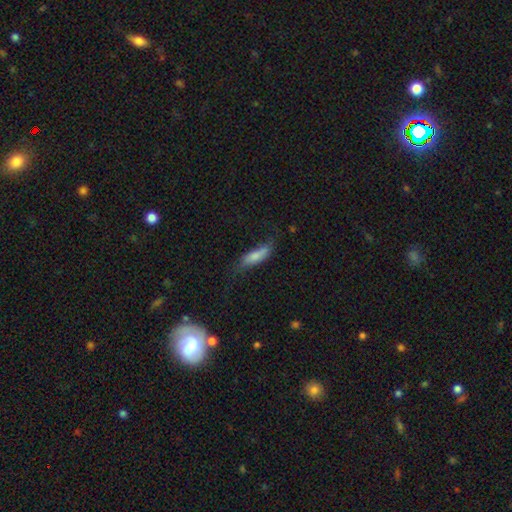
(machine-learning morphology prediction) This is likely a smooth galaxy (72%). How rounded: possibly in between (50%). Merging: possibly none (52%).